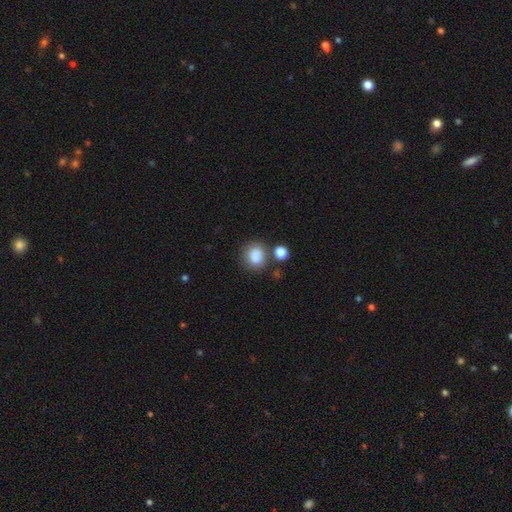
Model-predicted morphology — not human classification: Smooth or featured: smooth — 84% (star or artifact — 10%)
How rounded: round — 77% (in between — 22%)
Merging: none — 67% (minor disturbance — 15%)